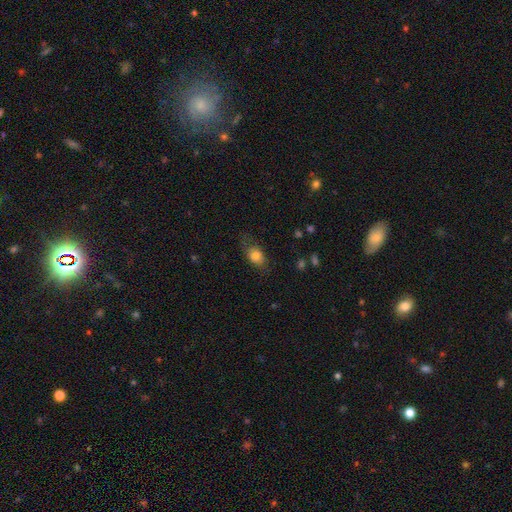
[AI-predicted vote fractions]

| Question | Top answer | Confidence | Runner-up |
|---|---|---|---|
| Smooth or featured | smooth | 78% | featured or disk (14%) |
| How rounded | in between | 71% | round (25%) |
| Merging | none | 65% | minor disturbance (23%) |